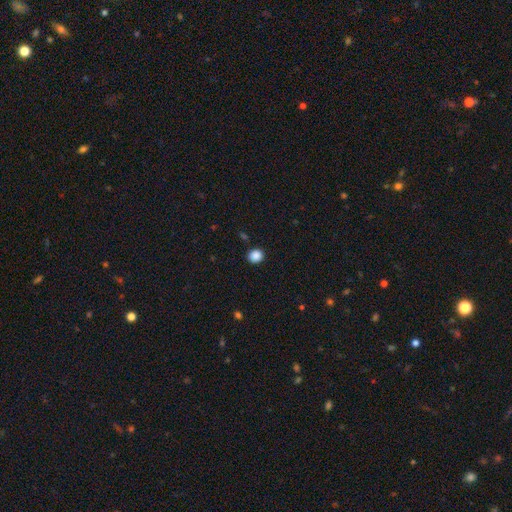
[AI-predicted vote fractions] smooth-or-featured: smooth: 88% | star or artifact: 10% | featured or disk: 3%
  how-rounded: round: 80% | in between: 19% | cigar-shaped: 1%
  merging: none: 90% | minor disturbance: 6% | major disturbance: 2% | merger: 2%